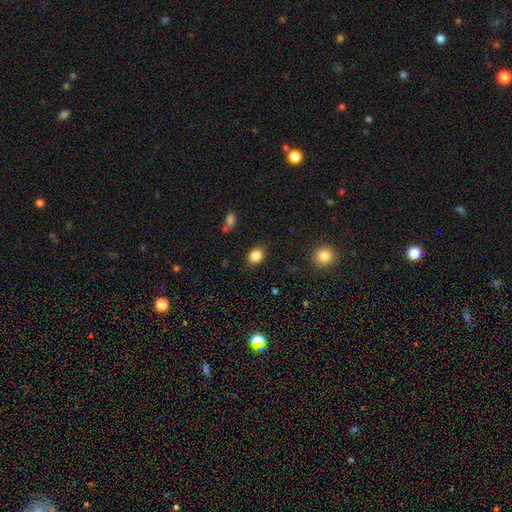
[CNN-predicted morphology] Overall: smooth (86%). How rounded: in between (71%). Merging: none (82%).